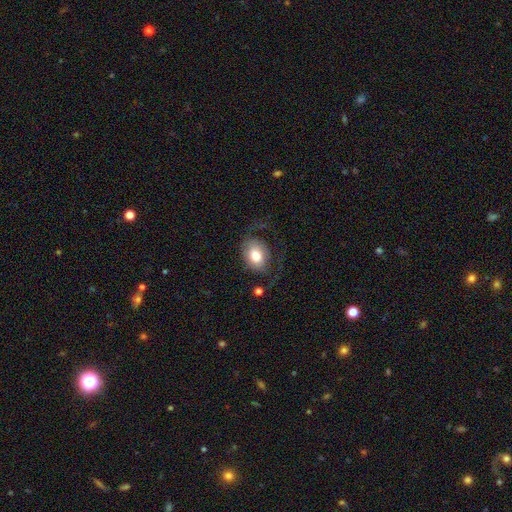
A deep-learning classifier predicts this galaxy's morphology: A smooth galaxy with no disk features (70%) that is in between round and cigar-shaped (67%).

Vote fractions:
- Smooth or featured? smooth: 70% / featured or disk: 23% / star or artifact: 8%
- How rounded? in between: 67% / round: 32% / cigar-shaped: 1%
- Merging? none: 49% / major disturbance: 27% / minor disturbance: 21% / merger: 3%